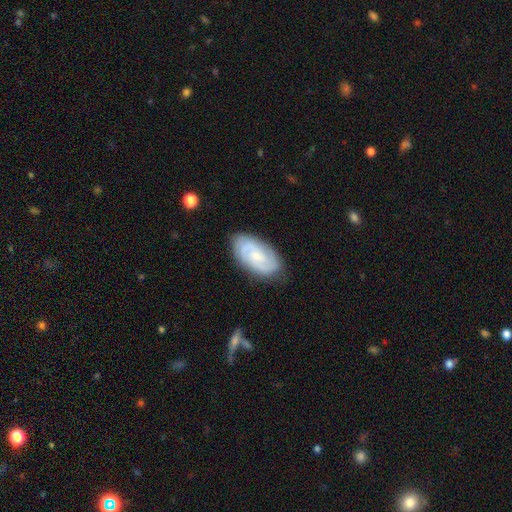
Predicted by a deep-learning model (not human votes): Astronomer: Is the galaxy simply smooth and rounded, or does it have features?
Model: featured or disk — 68%.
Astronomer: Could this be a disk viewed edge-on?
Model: no — 96%.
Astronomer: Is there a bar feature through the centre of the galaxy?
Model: no — 58% (runner-up: weak, 37%).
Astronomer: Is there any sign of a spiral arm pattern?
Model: yes — 92%.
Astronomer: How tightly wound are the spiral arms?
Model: tight — 48% (runner-up: medium, 39%).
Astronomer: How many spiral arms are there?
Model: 2 — 62%.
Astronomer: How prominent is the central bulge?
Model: small — 64%.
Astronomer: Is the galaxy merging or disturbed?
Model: none — 81%.